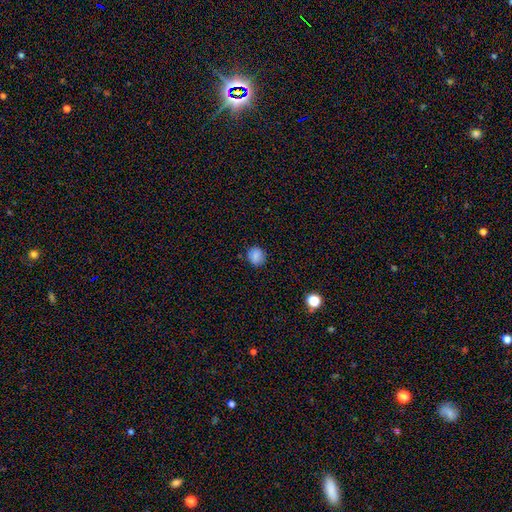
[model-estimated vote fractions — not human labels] A smooth galaxy with no disk features (83%) that is round (83%).

Vote fractions:
- Smooth or featured? smooth: 83% / star or artifact: 10% / featured or disk: 7%
- How rounded? round: 83% / in between: 16% / cigar-shaped: 1%
- Merging? none: 85% / minor disturbance: 11% / major disturbance: 2% / merger: 2%